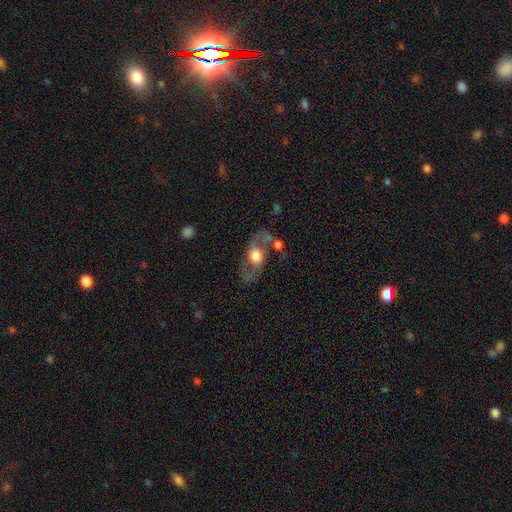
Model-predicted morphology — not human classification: type=featured or disk (64%); edge-on=no (89%); bar=no (74%); spiral arms=yes (67%); bulge=large (53%); merging=none (48%).